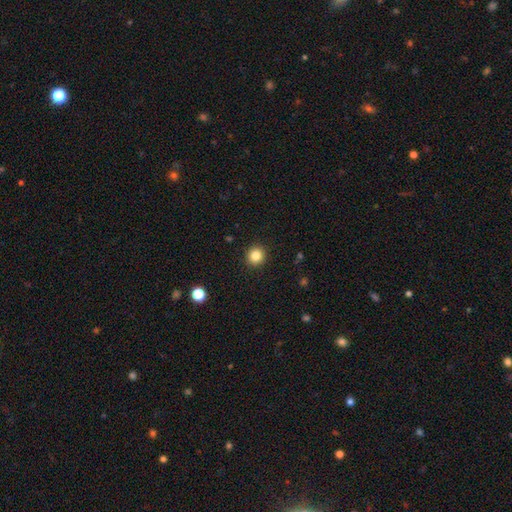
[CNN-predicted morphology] A smooth galaxy with no disk features (84%) that is round (91%).

Vote fractions:
- Smooth or featured? smooth: 84% / star or artifact: 11% / featured or disk: 5%
- How rounded? round: 91% / in between: 8% / cigar-shaped: 1%
- Merging? none: 92% / minor disturbance: 5% / major disturbance: 2% / merger: 1%